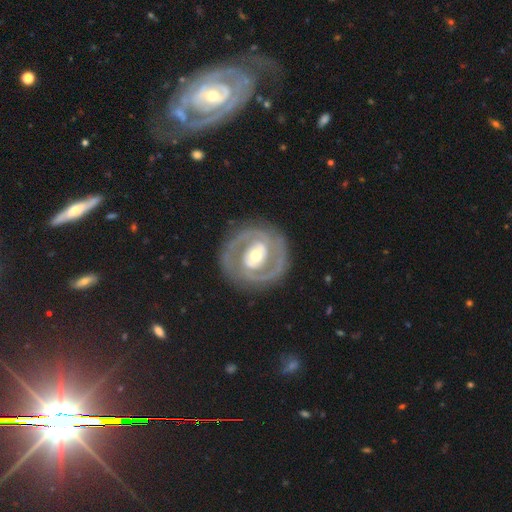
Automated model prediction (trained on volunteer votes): This appears to be a featured or disk galaxy (82%) with no bar (43%), 2 (79%) tight (52%) spiral arms (76%) and a moderate central bulge (68%). Merging: none (82%).